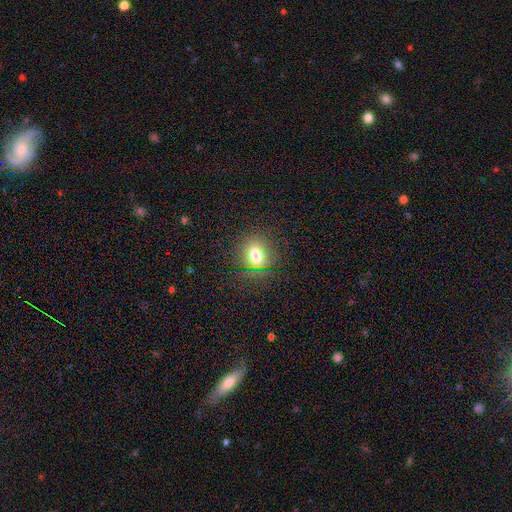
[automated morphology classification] Q: Smooth or featured?
A: smooth (70%); runner-up: star or artifact (19%)
Q: How rounded?
A: round (67%); runner-up: in between (31%)
Q: Merging?
A: none (81%); runner-up: minor disturbance (12%)